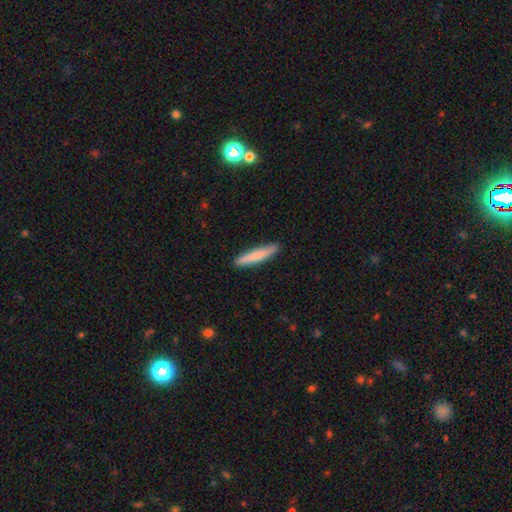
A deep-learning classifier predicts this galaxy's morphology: Q: Smooth or featured?
A: smooth (76%); runner-up: featured or disk (18%)
Q: How rounded?
A: cigar-shaped (92%); runner-up: in between (7%)
Q: Merging?
A: none (91%); runner-up: minor disturbance (7%)